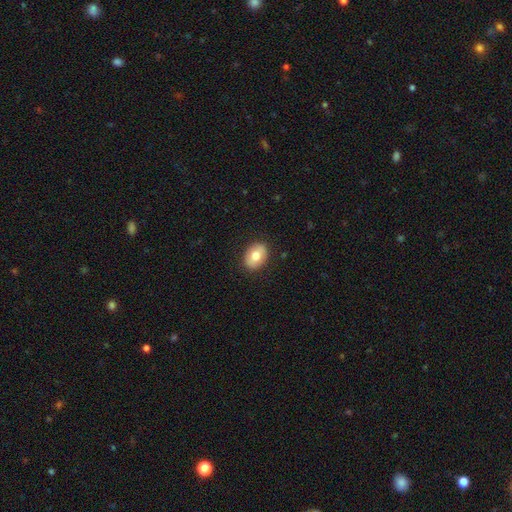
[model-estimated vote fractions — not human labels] A smooth galaxy with no disk features (75%) that is in between round and cigar-shaped (74%).

Vote fractions:
- Smooth or featured? smooth: 75% / featured or disk: 18% / star or artifact: 7%
- How rounded? in between: 74% / round: 25% / cigar-shaped: 1%
- Merging? none: 88% / minor disturbance: 9% / major disturbance: 2% / merger: 1%